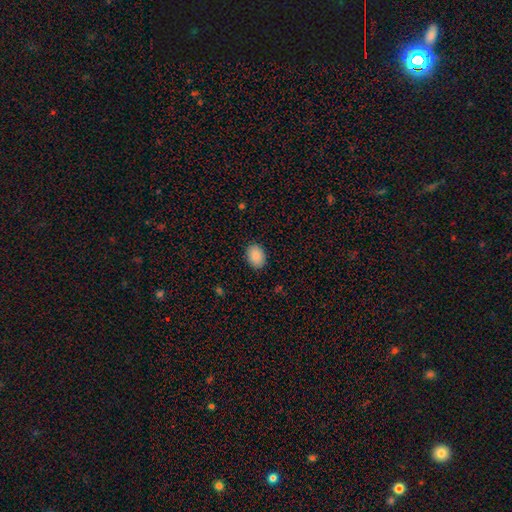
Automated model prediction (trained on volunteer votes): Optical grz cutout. It shows a smooth galaxy with no disk features (90%) that is in between round and cigar-shaped (76%). Merging: none (89%).